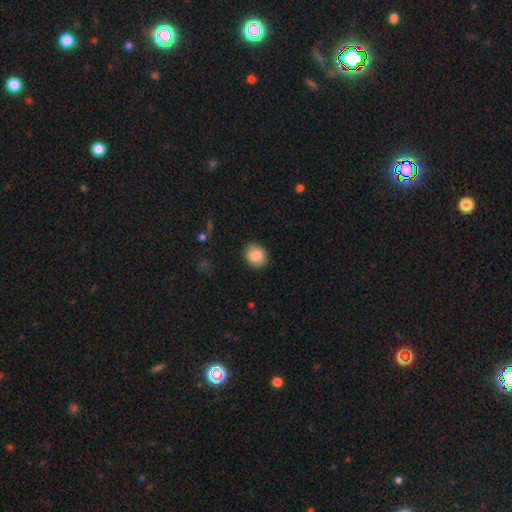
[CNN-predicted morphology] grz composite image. It shows a smooth galaxy with no disk features (87%) that is round (62%). Merging: none (89%).